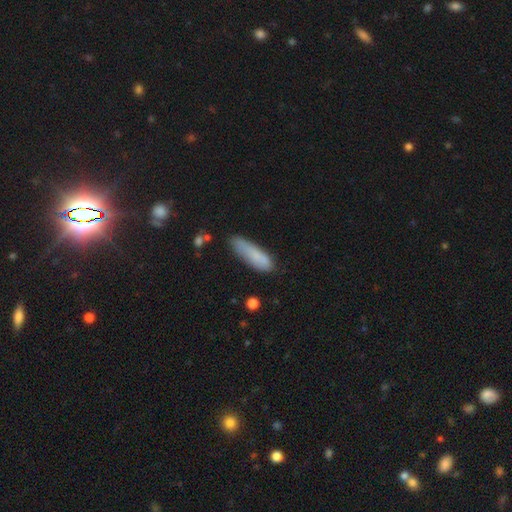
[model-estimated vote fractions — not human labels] Q: Smooth or featured?
A: smooth (79%); runner-up: featured or disk (13%)
Q: How rounded?
A: cigar-shaped (63%); runner-up: in between (35%)
Q: Merging?
A: none (64%); runner-up: minor disturbance (26%)